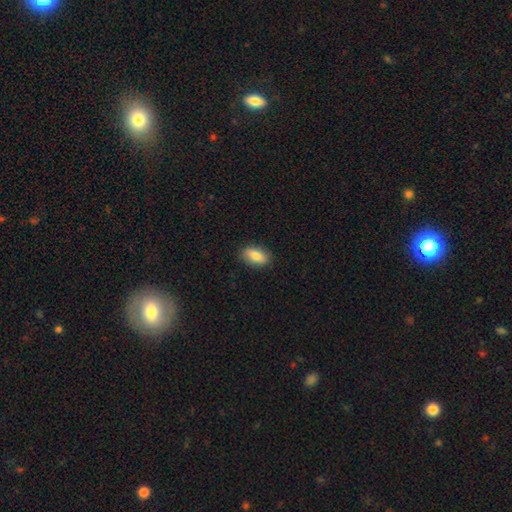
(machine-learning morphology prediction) The model was most divided on "smooth or featured": smooth: 83%, featured or disk: 10%, star or artifact: 7%. More confident: how rounded — in between (89%); merging — none (87%).